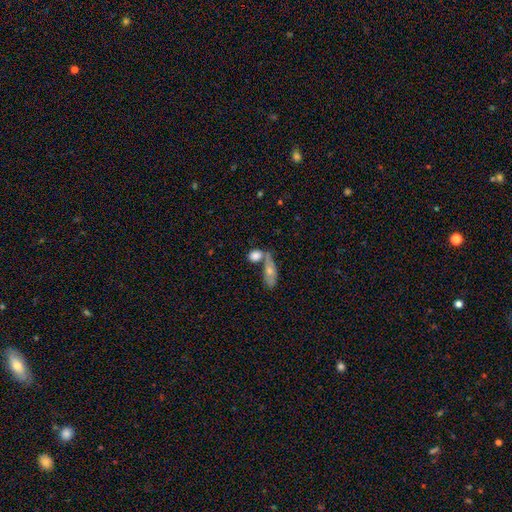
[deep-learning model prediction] Smooth or featured?
  - smooth: 78% *
  - featured or disk: 14%
  - star or artifact: 8%
How rounded?
  - in between: 64% *
  - round: 29%
  - cigar-shaped: 7%
Merging?
  - merger: 40% * (tied)
  - none: 40% * (tied)
  - minor disturbance: 13%
  - major disturbance: 7%